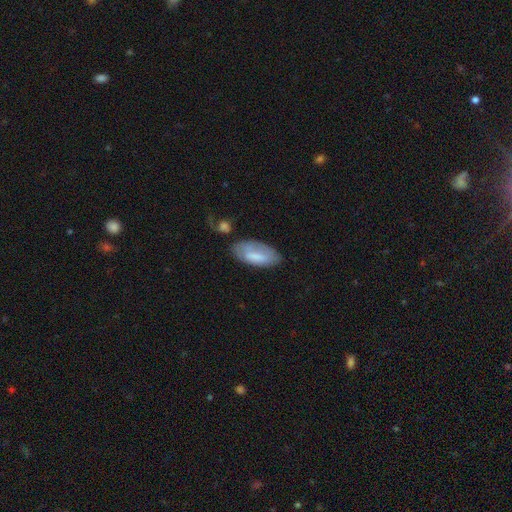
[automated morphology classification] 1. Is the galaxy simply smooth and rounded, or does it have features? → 68% smooth, 26% featured or disk, 7% star or artifact.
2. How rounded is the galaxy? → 87% in between, 11% cigar-shaped, 2% round.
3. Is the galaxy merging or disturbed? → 58% none, 26% minor disturbance, 10% major disturbance, 6% merger.